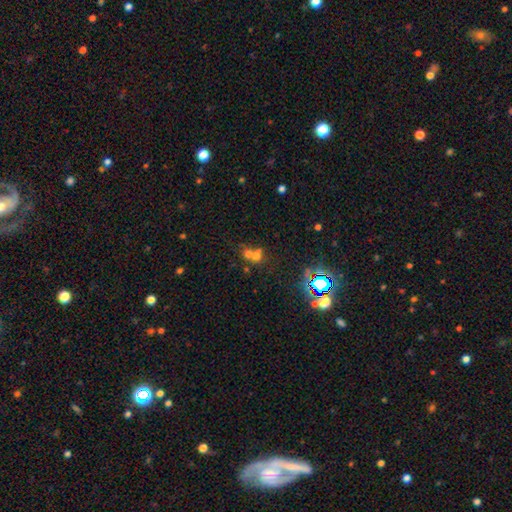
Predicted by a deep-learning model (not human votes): Morphology: type=smooth (55%); roundness=round (74%); merging=merger (61%).